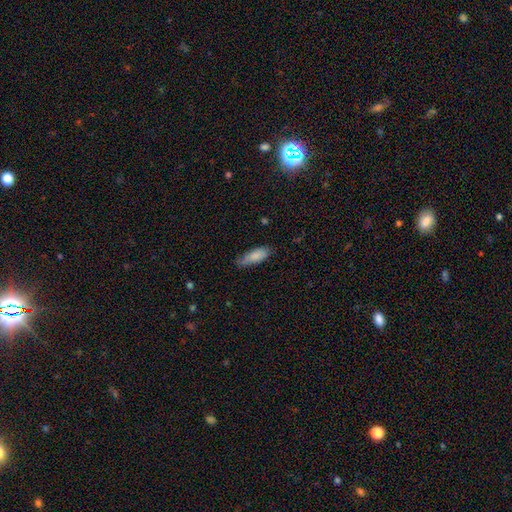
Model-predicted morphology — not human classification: Smooth or featured? Predicted: smooth (p=0.82). How rounded? Predicted: in between (p=0.69). Merging? Predicted: none (p=0.61).